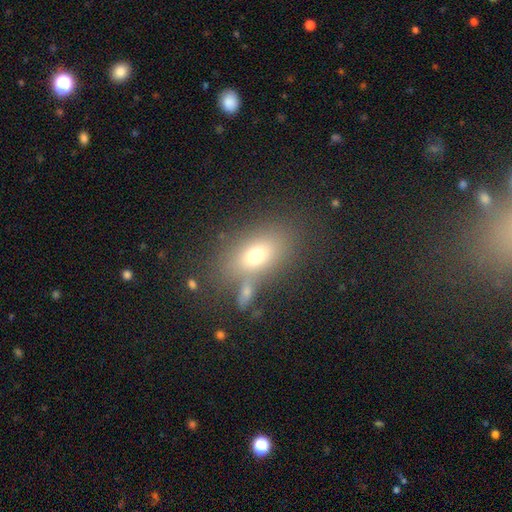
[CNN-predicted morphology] This appears to be a smooth galaxy with no disk features (68%) that is in between round and cigar-shaped (81%). Merging: none (67%).